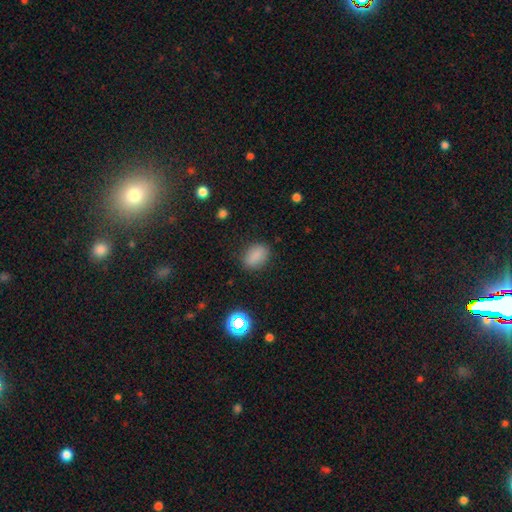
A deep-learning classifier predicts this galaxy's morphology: Overall: smooth (83%). How rounded: in between (81%). Merging: none (82%).